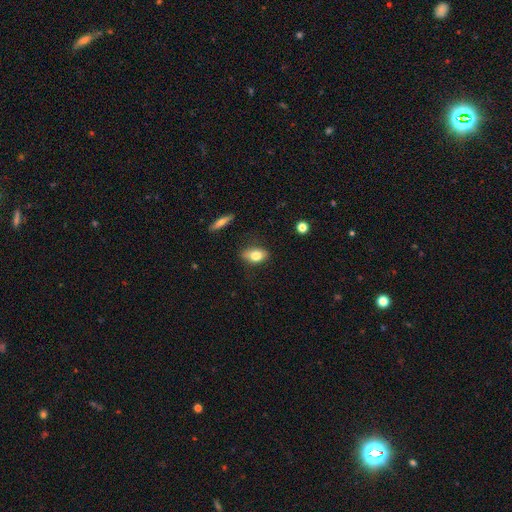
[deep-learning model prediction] smooth-or-featured: smooth: 79% | featured or disk: 13% | star or artifact: 8%
  how-rounded: in between: 84% | round: 12% | cigar-shaped: 4%
  merging: none: 76% | minor disturbance: 18% | major disturbance: 4% | merger: 2%